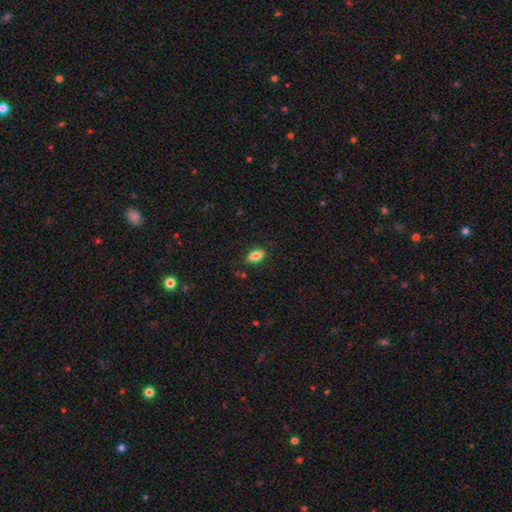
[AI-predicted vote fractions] Overall: smooth (84%). How rounded: in between (90%). Merging: none (86%).